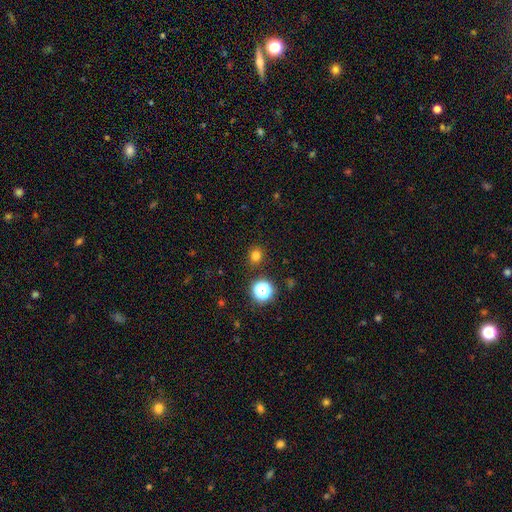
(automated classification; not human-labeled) Q: Smooth or featured?
A: smooth (76%); runner-up: star or artifact (19%)
Q: How rounded?
A: round (81%); runner-up: in between (18%)
Q: Merging?
A: none (88%); runner-up: minor disturbance (7%)